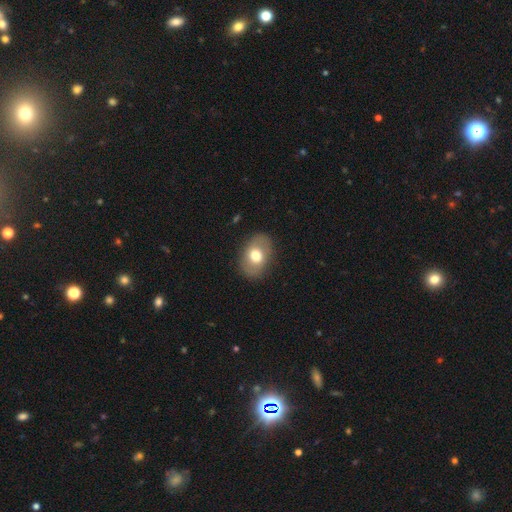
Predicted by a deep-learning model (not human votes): Smooth or featured? smooth (68%)
How rounded? in between (75%)
Merging? none (83%)